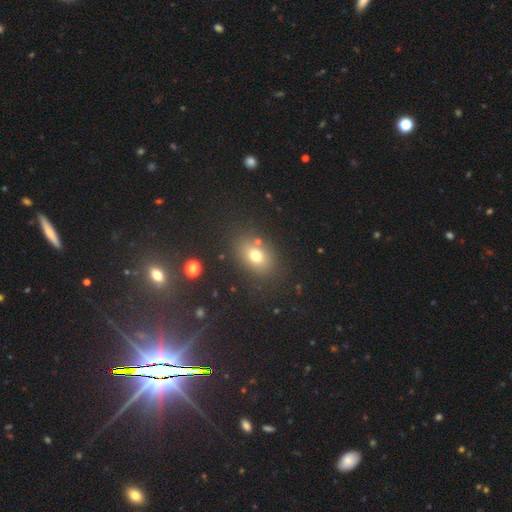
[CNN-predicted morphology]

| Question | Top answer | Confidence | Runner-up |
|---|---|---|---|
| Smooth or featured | smooth | 72% | star or artifact (16%) |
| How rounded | in between | 67% | round (31%) |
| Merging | none | 80% | minor disturbance (11%) |